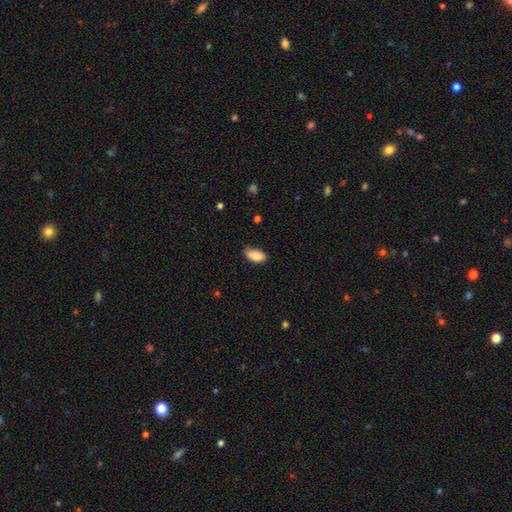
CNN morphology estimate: smooth-or-featured: smooth: 87% | star or artifact: 7% | featured or disk: 6%
  how-rounded: in between: 91% | cigar-shaped: 6% | round: 3%
  merging: none: 72% | minor disturbance: 23% | major disturbance: 3% | merger: 1%